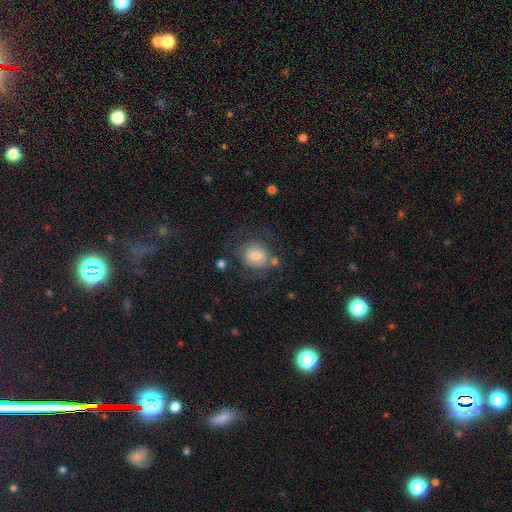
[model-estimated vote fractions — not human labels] This is possibly a smooth galaxy (59%). How rounded: likely round (79%). Merging: likely none (64%).